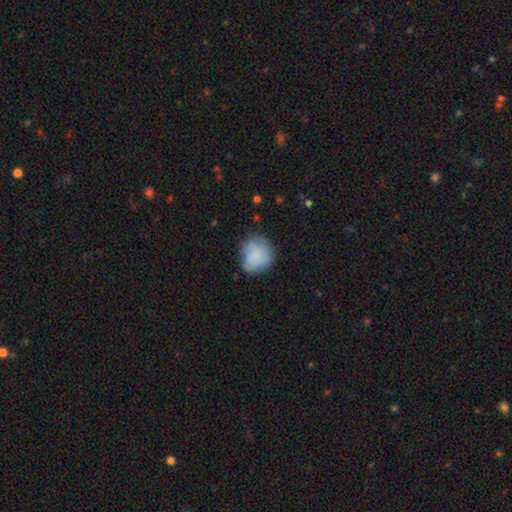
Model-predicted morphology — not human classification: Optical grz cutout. It shows a smooth galaxy with no disk features (79%) that is round (70%). Merging: none (57%).